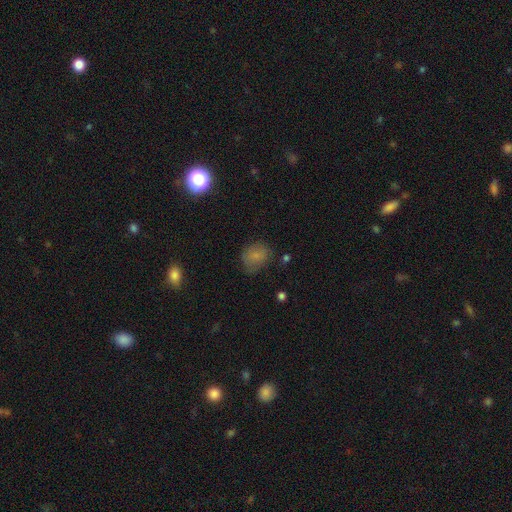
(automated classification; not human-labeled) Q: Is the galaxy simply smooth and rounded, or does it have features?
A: smooth — 74%.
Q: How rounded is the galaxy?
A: round — 52%.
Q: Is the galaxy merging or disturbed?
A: none — 61%.